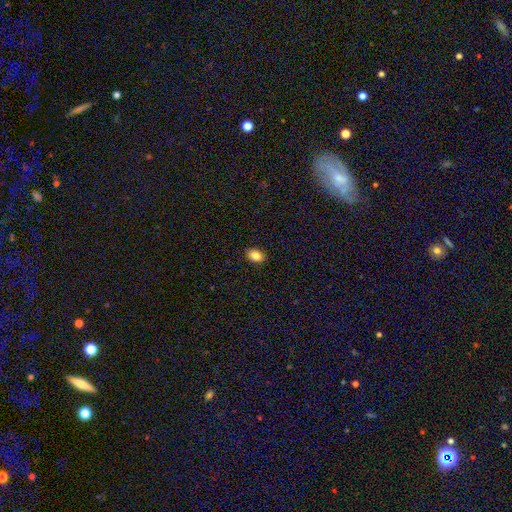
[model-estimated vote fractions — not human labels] A smooth galaxy with no disk features (85%) that is in between round and cigar-shaped (82%). Merging: none (90%).